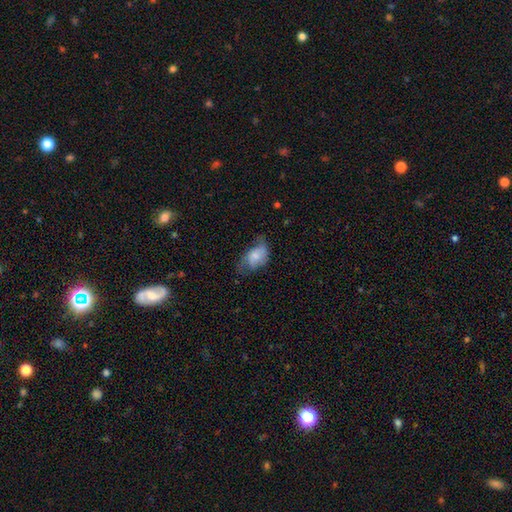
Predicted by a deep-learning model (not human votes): Q: Smooth or featured?
A: smooth (63%); runner-up: featured or disk (29%)
Q: How rounded?
A: in between (88%); runner-up: round (10%)
Q: Merging?
A: none (38%); runner-up: minor disturbance (34%)